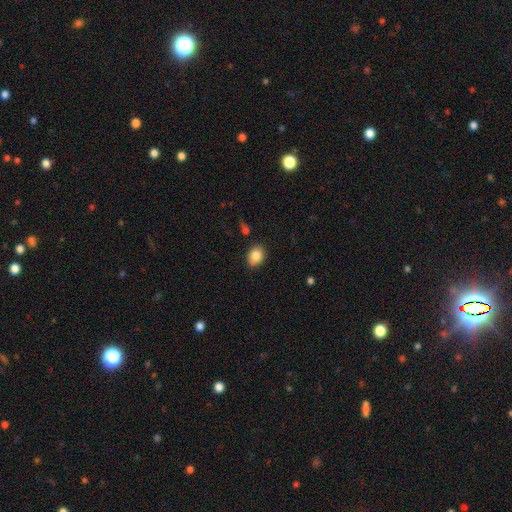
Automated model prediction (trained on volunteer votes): Smooth or featured? Predicted: smooth (p=0.85). How rounded? Predicted: in between (p=0.65). Merging? Predicted: none (p=0.78).